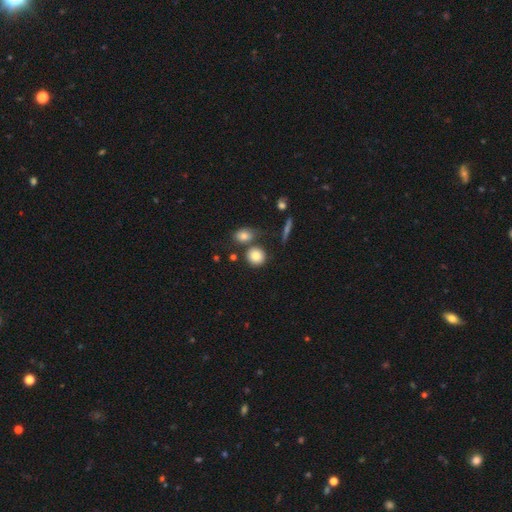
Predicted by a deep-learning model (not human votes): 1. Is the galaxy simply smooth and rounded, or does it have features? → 82% smooth, 10% star or artifact, 9% featured or disk.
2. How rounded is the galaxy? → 83% round, 15% in between, 2% cigar-shaped.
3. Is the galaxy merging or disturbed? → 70% none, 17% merger, 10% minor disturbance, 4% major disturbance.